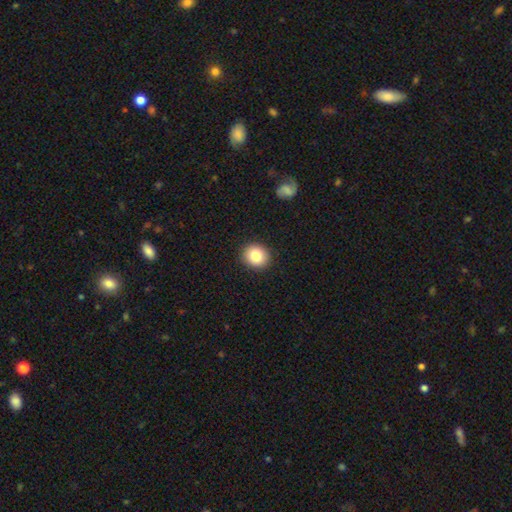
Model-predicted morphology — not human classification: type=smooth (82%); roundness=round (80%); merging=none (91%).